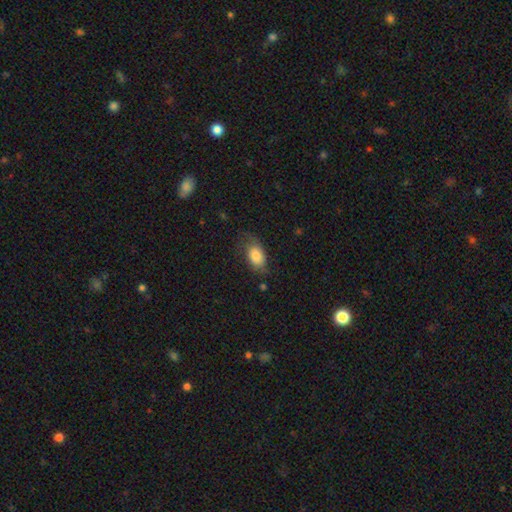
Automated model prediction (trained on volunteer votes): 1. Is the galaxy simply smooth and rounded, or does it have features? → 76% smooth, 16% featured or disk, 8% star or artifact.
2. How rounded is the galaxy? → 87% in between, 11% round, 2% cigar-shaped.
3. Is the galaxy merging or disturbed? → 54% none, 29% minor disturbance, 15% major disturbance, 2% merger.